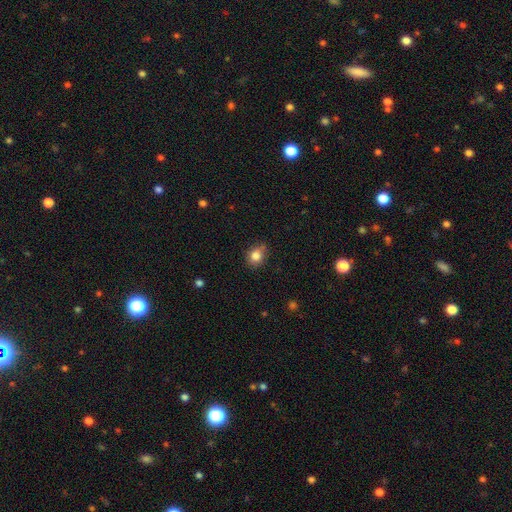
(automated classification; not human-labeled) Morphology: type=smooth (82%); roundness=round (68%); merging=none (67%).